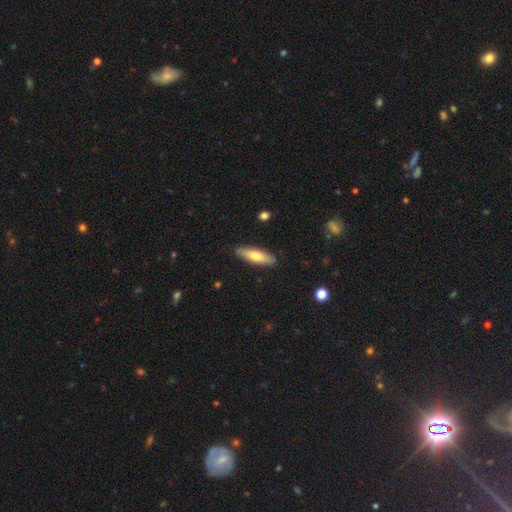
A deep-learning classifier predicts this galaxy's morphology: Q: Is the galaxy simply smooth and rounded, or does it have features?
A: smooth — 69%.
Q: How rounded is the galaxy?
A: cigar-shaped — 57%.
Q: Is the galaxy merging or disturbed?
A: none — 88%.